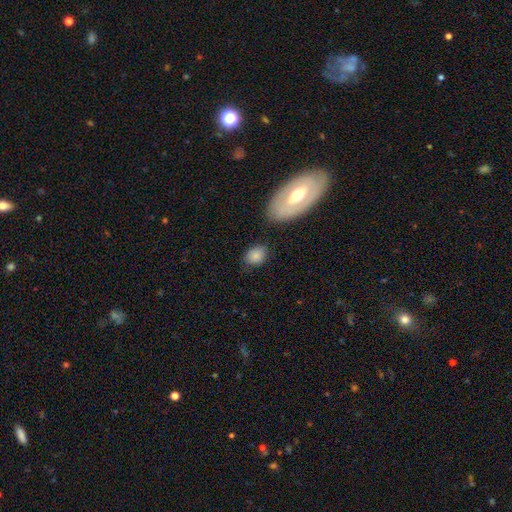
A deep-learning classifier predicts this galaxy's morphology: This appears to be a smooth galaxy with no disk features (79%) that is in between round and cigar-shaped (65%). Merging: none (72%).